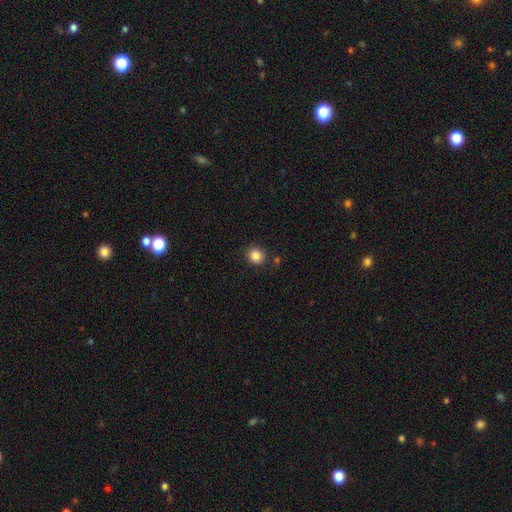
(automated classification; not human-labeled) A smooth galaxy with no disk features (86%) that is round (90%).

Vote fractions:
- Smooth or featured? smooth: 86% / star or artifact: 10% / featured or disk: 4%
- How rounded? round: 90% / in between: 10% / cigar-shaped: 1%
- Merging? none: 87% / minor disturbance: 7% / merger: 3% / major disturbance: 2%